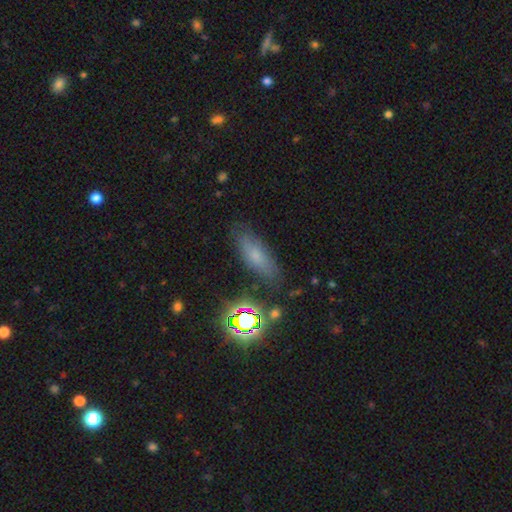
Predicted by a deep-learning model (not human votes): smooth 63%, featured or disk 19%, star or artifact 18%. Down the decision tree: how rounded — in between (60%); merging — none (78%).